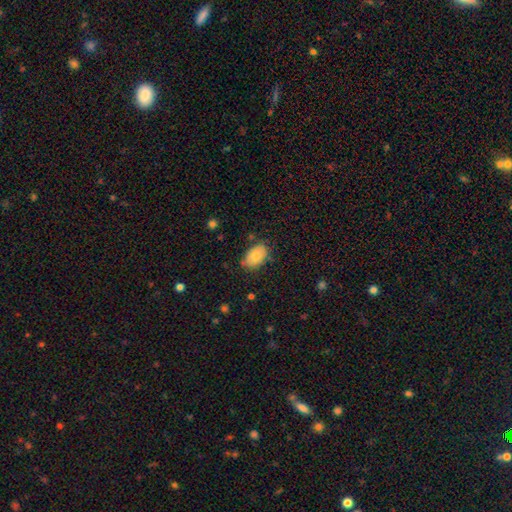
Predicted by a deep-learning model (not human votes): A smooth galaxy with no disk features (79%) that is in between round and cigar-shaped (90%).

Vote fractions:
- Smooth or featured? smooth: 79% / featured or disk: 14% / star or artifact: 7%
- How rounded? in between: 90% / round: 9% / cigar-shaped: 1%
- Merging? none: 72% / minor disturbance: 22% / major disturbance: 4% / merger: 2%